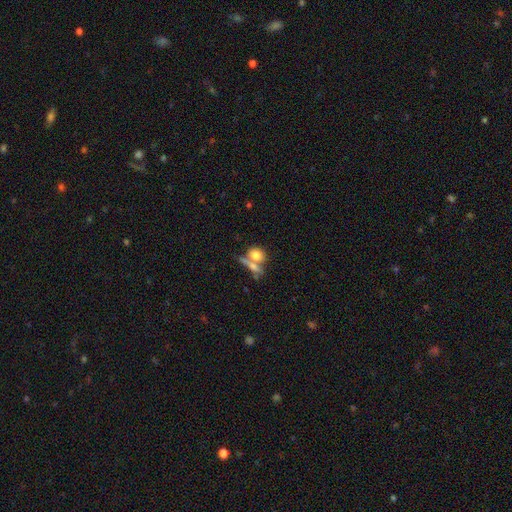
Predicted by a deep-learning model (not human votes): Smooth or featured: smooth — 74% (featured or disk — 16%)
How rounded: in between — 48% (round — 46%)
Merging: merger — 48% (none — 36%)